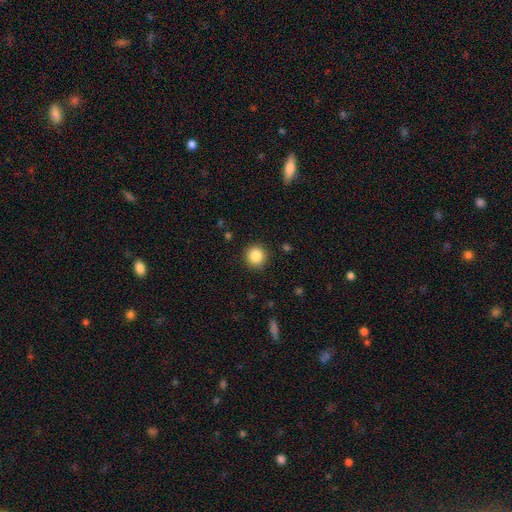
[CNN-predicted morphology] Smooth or featured? Predicted: smooth (p=0.86). How rounded? Predicted: round (p=0.93). Merging? Predicted: none (p=0.91).